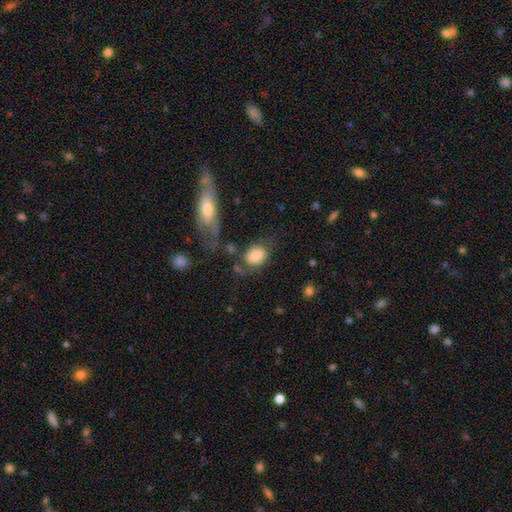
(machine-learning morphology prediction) Smooth or featured? Predicted: smooth (p=0.77). How rounded? Predicted: in between (p=0.69). Merging? Predicted: none (p=0.51).